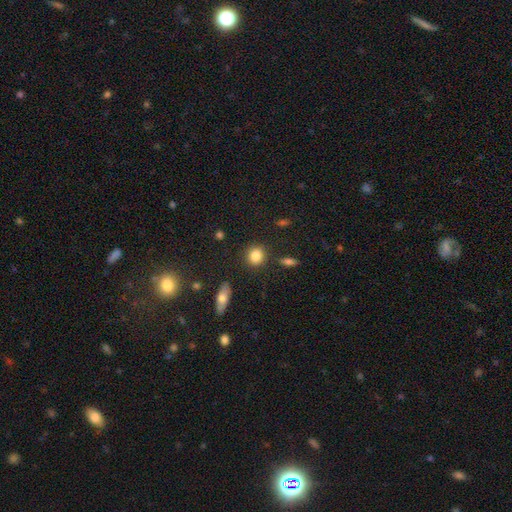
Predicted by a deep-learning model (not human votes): The model was most divided on "how rounded": round: 82%, in between: 17%, cigar-shaped: 2%. More confident: merging — none (86%); smooth or featured — smooth (85%).